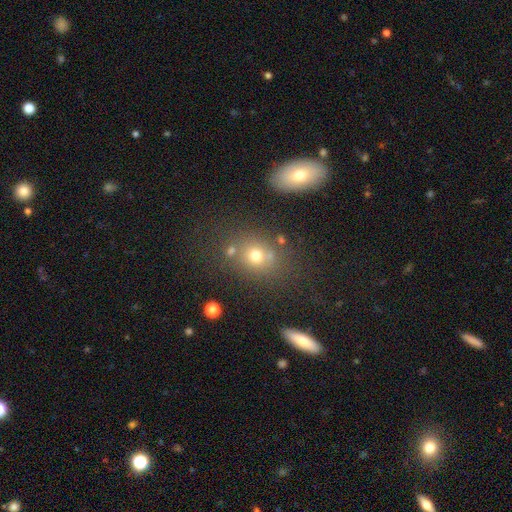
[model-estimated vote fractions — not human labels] Smooth or featured? Predicted: smooth (p=0.70). How rounded? Predicted: round (p=0.62). Merging? Predicted: none (p=0.68).